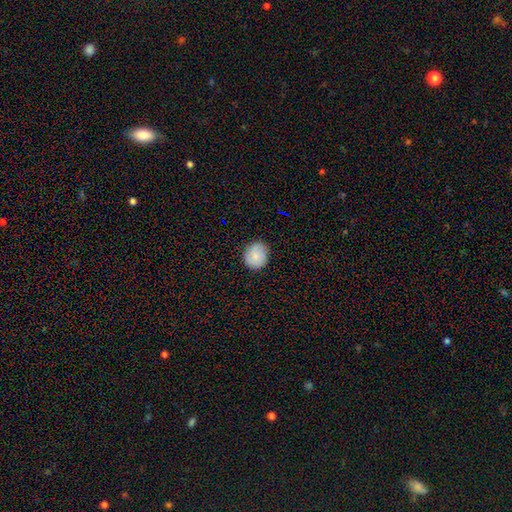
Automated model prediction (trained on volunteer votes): This is clearly a smooth galaxy (83%). How rounded: clearly round (81%). Merging: clearly none (86%).